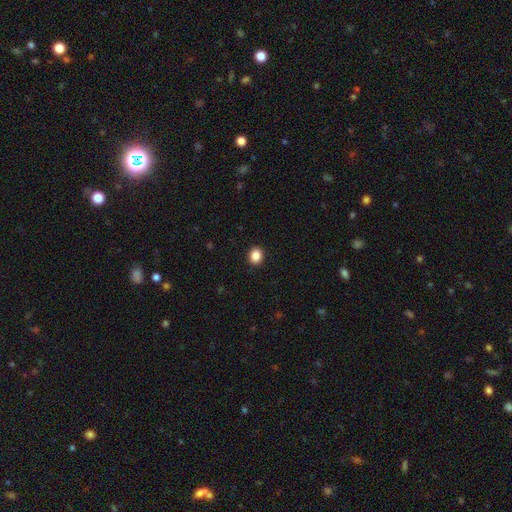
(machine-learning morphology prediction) Smooth or featured?
  - smooth: 87% *
  - star or artifact: 10%
  - featured or disk: 4%
How rounded?
  - round: 75% *
  - in between: 24%
  - cigar-shaped: 1%
Merging?
  - none: 93% *
  - minor disturbance: 5%
  - major disturbance: 2%
  - merger: 1%